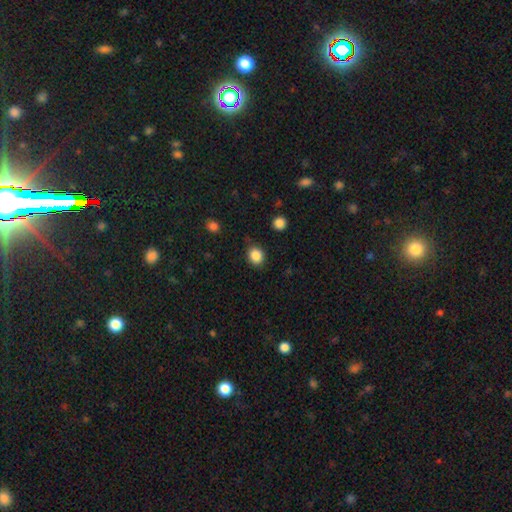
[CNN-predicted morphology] This is clearly a smooth galaxy (86%). How rounded: likely round (71%). Merging: clearly none (81%).